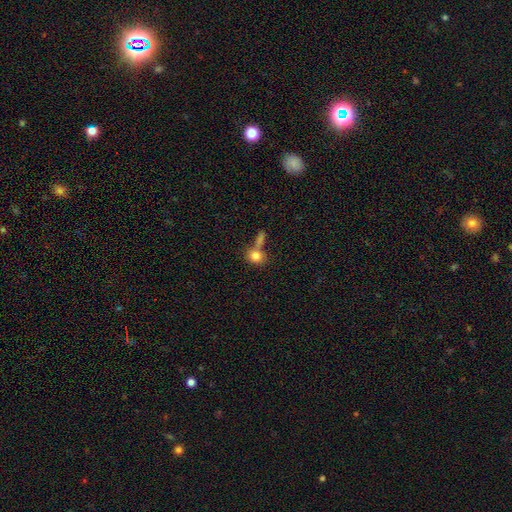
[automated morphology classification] This is clearly a smooth galaxy (81%). How rounded: likely round (60%). Merging: possibly none (47%).